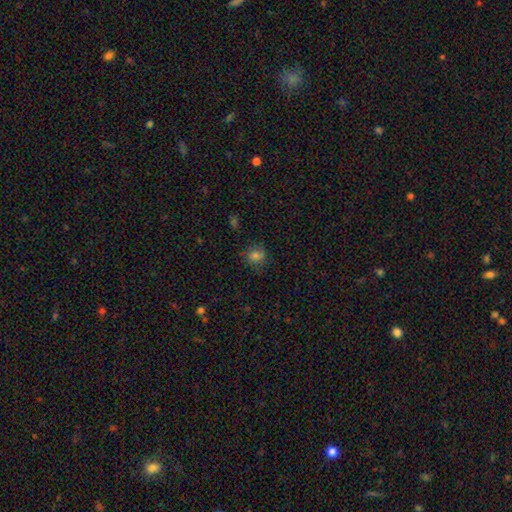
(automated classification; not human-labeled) This appears to be a smooth galaxy with no disk features (74%) that is round (77%). Merging: none (77%).